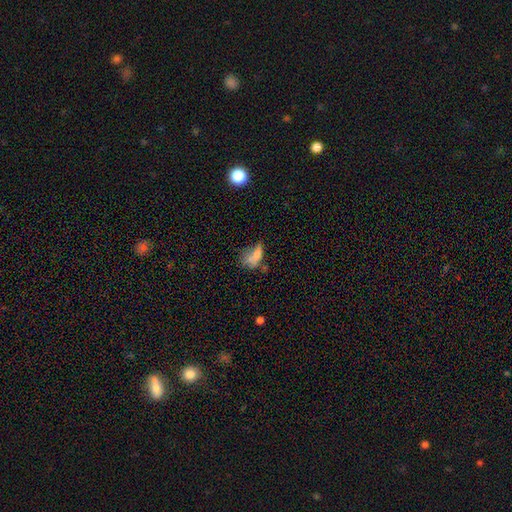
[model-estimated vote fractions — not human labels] Smooth or featured?
  - smooth: 62% *
  - featured or disk: 24%
  - star or artifact: 15%
How rounded?
  - in between: 73% *
  - round: 14%
  - cigar-shaped: 13%
Merging?
  - major disturbance: 29% *
  - none: 27%
  - merger: 22%
  - minor disturbance: 22%